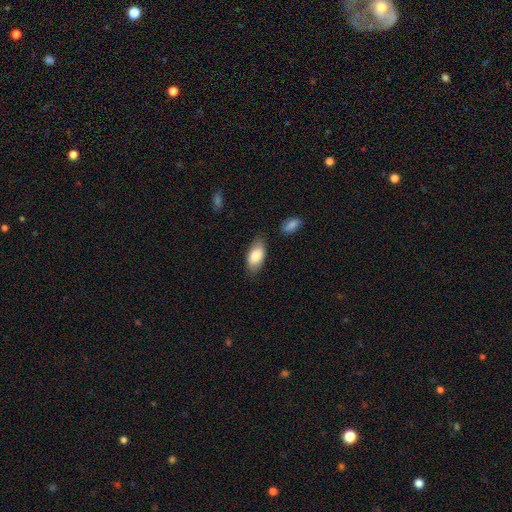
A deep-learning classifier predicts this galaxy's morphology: Smooth or featured?
  - smooth: 83% *
  - featured or disk: 11%
  - star or artifact: 6%
How rounded?
  - in between: 93% *
  - cigar-shaped: 4%
  - round: 3%
Merging?
  - none: 77% *
  - minor disturbance: 16%
  - major disturbance: 3%
  - merger: 3%